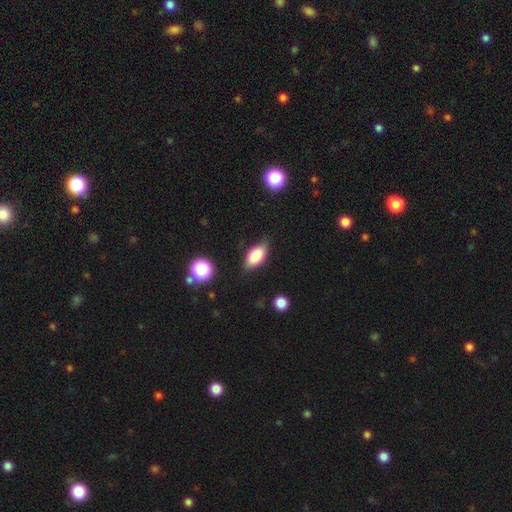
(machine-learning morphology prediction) A smooth galaxy with no disk features (78%) that is in between round and cigar-shaped (87%).

Vote fractions:
- Smooth or featured? smooth: 78% / featured or disk: 14% / star or artifact: 8%
- How rounded? in between: 87% / cigar-shaped: 8% / round: 5%
- Merging? none: 78% / minor disturbance: 17% / major disturbance: 4% / merger: 2%